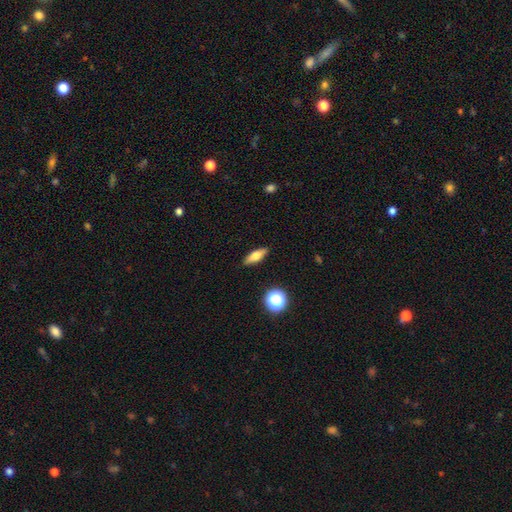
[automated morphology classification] Smooth or featured? smooth (65%)
How rounded? in between (53%)
Merging? none (89%)